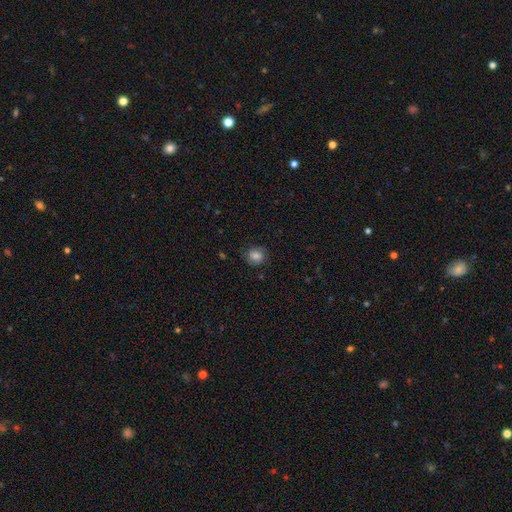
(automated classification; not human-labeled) The model was most divided on "how rounded": round: 78%, in between: 22%, cigar-shaped: 1%. More confident: merging — none (80%); smooth or featured — smooth (77%).